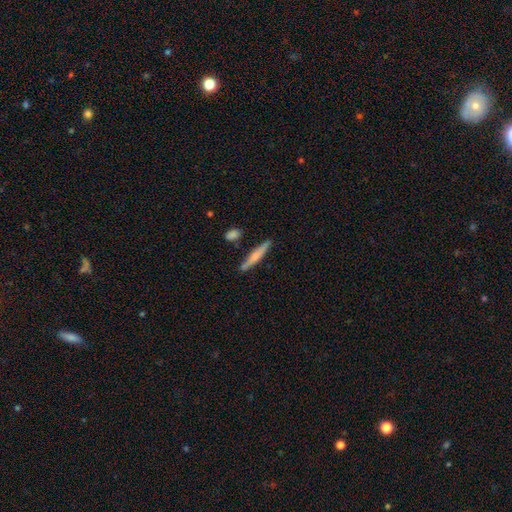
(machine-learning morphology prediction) Smooth or featured? Predicted: smooth (p=0.55). How rounded? Predicted: cigar-shaped (p=0.93). Merging? Predicted: none (p=0.83).